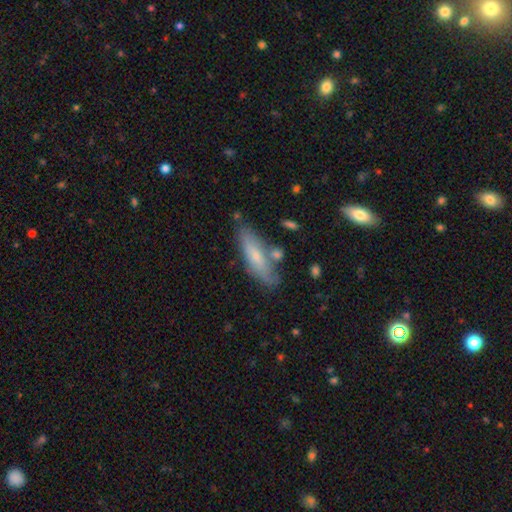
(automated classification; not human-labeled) Morphology: type=smooth (63%); roundness=cigar-shaped (57%); merging=none (72%).